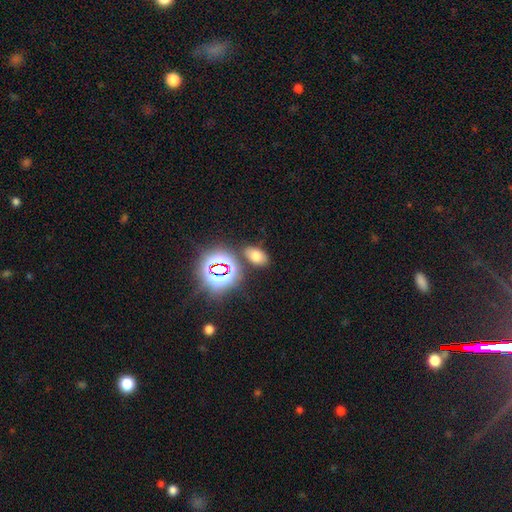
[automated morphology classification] A smooth galaxy with no disk features (63%) that is in between round and cigar-shaped (86%).

Vote fractions:
- Smooth or featured? smooth: 63% / star or artifact: 26% / featured or disk: 11%
- How rounded? in between: 86% / round: 12% / cigar-shaped: 2%
- Merging? none: 80% / minor disturbance: 10% / merger: 7% / major disturbance: 3%